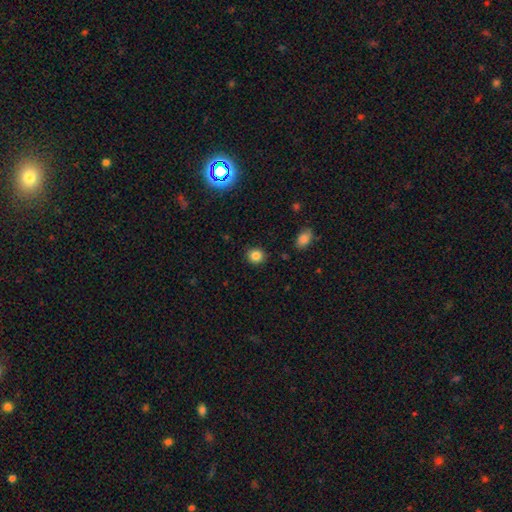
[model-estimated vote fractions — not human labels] Morphology: type=smooth (83%); roundness=round (86%); merging=none (89%).